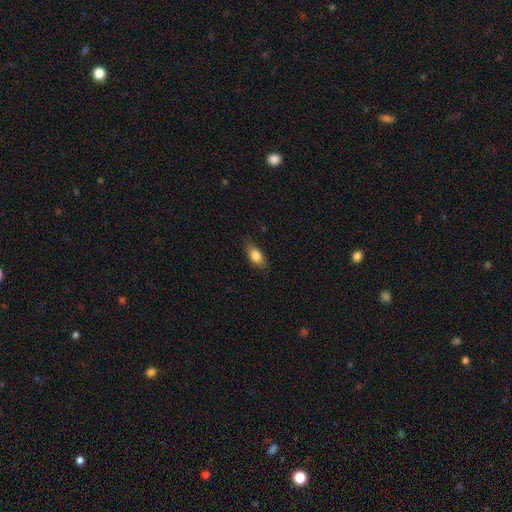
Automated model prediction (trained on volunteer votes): Smooth or featured?
  - smooth: 80% *
  - featured or disk: 13%
  - star or artifact: 7%
How rounded?
  - in between: 82% *
  - cigar-shaped: 12%
  - round: 6%
Merging?
  - none: 81% *
  - minor disturbance: 15%
  - major disturbance: 3%
  - merger: 1%